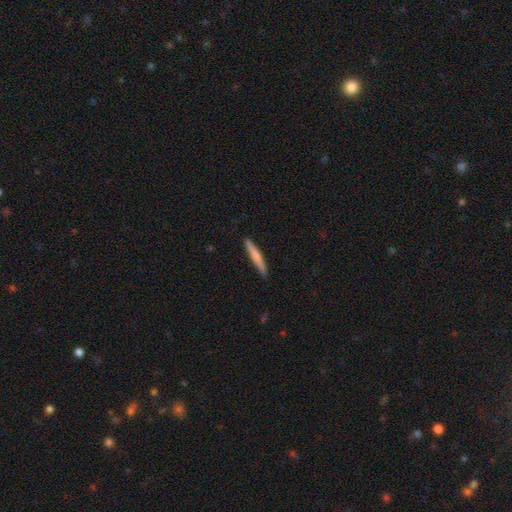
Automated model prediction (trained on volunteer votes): smooth-or-featured: smooth: 68% | featured or disk: 27% | star or artifact: 5%
  how-rounded: cigar-shaped: 95% | in between: 4% | round: 1%
  merging: none: 87% | minor disturbance: 10% | major disturbance: 2% | merger: 1%